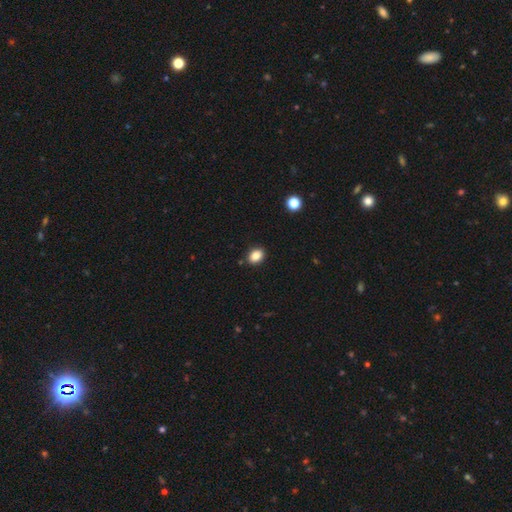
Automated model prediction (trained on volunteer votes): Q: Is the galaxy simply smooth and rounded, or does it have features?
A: smooth — 85%.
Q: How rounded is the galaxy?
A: in between — 63%.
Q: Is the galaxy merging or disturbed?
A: none — 89%.